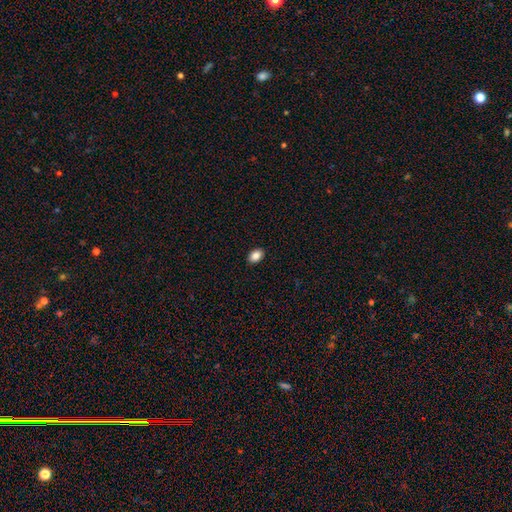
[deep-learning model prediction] Q: Smooth or featured?
A: smooth (86%); runner-up: star or artifact (9%)
Q: How rounded?
A: in between (82%); runner-up: round (17%)
Q: Merging?
A: none (91%); runner-up: minor disturbance (7%)